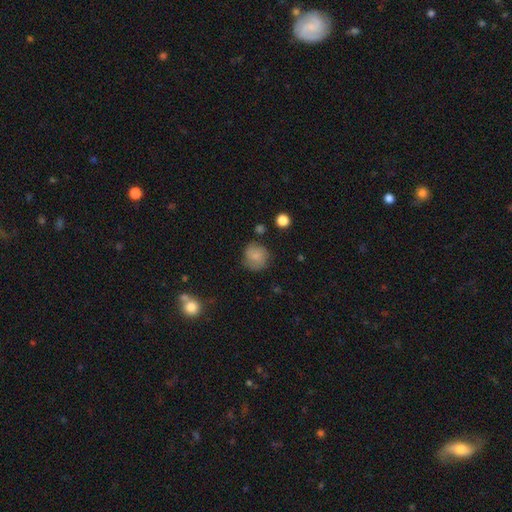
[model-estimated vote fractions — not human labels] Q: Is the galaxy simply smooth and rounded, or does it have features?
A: smooth — 76%.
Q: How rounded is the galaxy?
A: round — 87%.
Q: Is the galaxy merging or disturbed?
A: none — 72%.